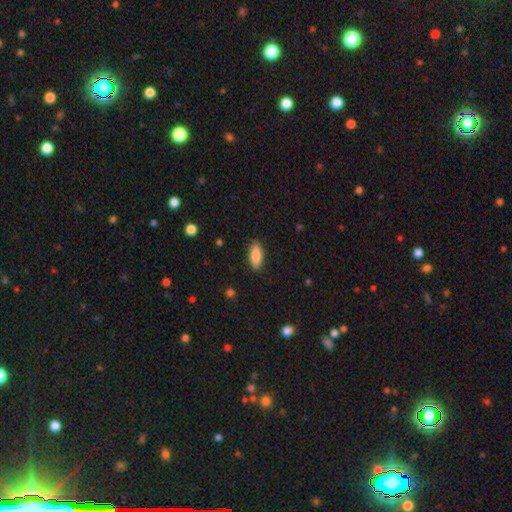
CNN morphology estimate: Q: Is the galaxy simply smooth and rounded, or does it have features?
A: smooth — 86%.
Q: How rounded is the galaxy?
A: in between — 74%.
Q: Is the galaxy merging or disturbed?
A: none — 86%.